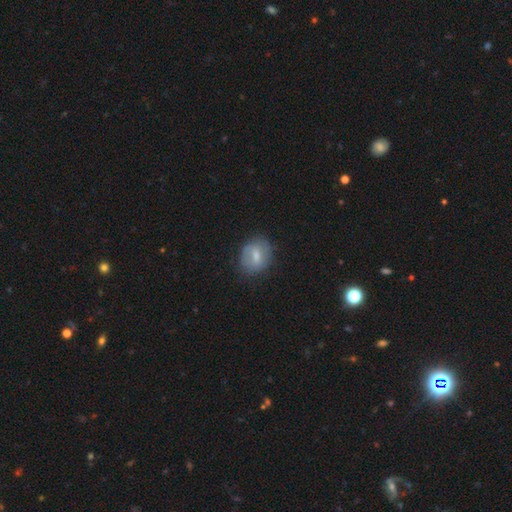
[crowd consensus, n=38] This is likely a smooth galaxy (79%). How rounded: possibly round (57%). Merging: clearly none (81%).